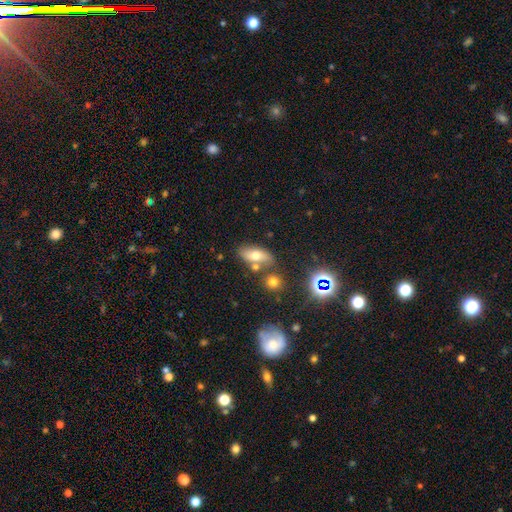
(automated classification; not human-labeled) Overall: smooth (65%). How rounded: in between (81%). Merging: none (67%).